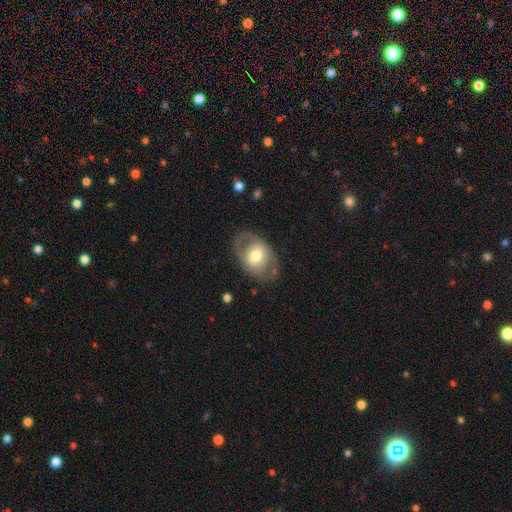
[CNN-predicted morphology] type=featured or disk (52%); edge-on=no (92%); merging=none (72%).